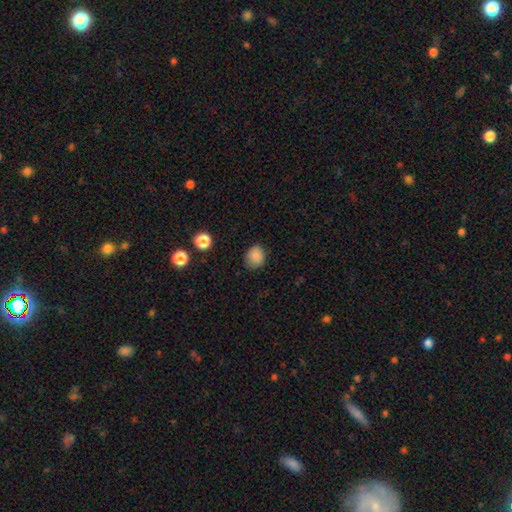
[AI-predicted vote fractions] smooth 86%, star or artifact 11%, featured or disk 4%. Down the decision tree: how rounded — round (65%); merging — none (79%).